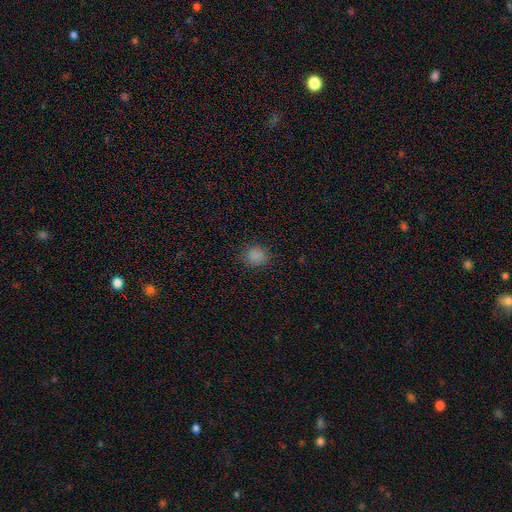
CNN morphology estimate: type=smooth (82%); roundness=round (72%); merging=none (83%).